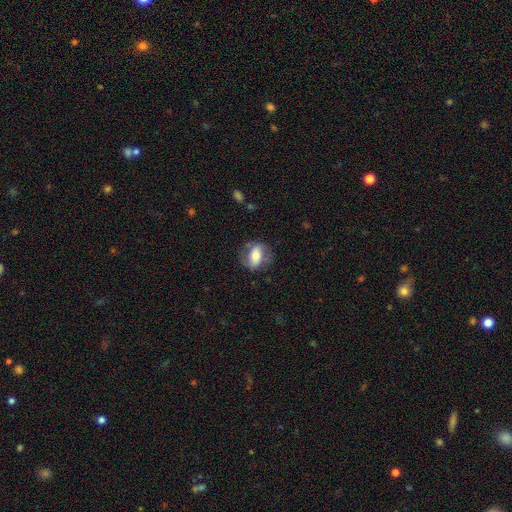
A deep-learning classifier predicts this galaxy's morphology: This appears to be a smooth galaxy with no disk features (52%) that is in between round and cigar-shaped (71%). Merging: none (70%).